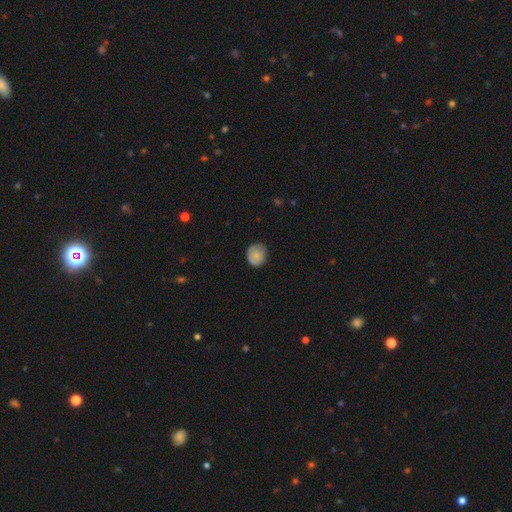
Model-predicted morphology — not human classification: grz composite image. It shows a smooth galaxy with no disk features (77%) that is round (79%). Merging: none (72%).